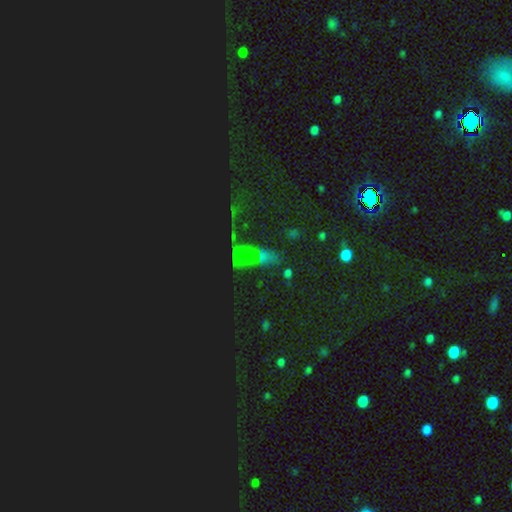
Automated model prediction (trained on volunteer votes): A star or artifact, not a galaxy (57%).